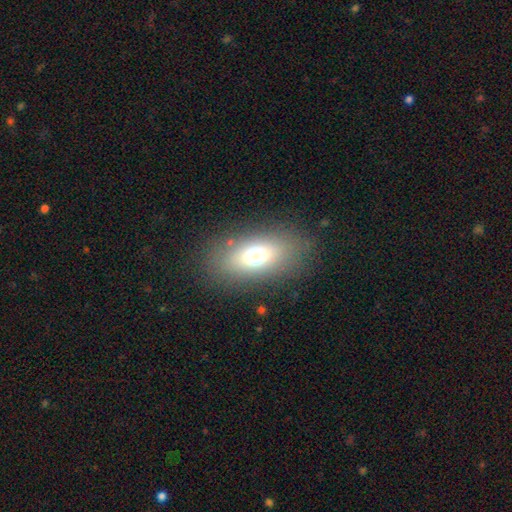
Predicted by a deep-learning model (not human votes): This is likely a smooth galaxy (67%). How rounded: clearly in between (81%). Merging: clearly none (82%).